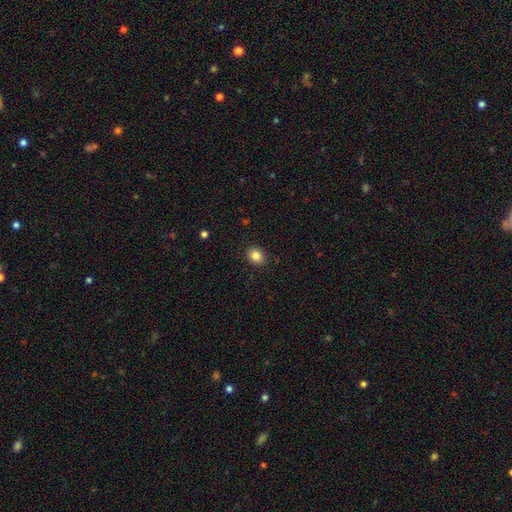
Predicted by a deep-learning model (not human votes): A smooth galaxy with no disk features (85%) that is round (60%). Merging: none (90%).